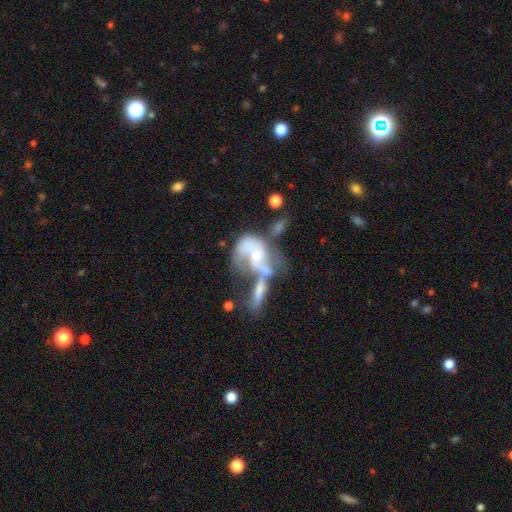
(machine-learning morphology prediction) smooth-or-featured: featured or disk: 64% | smooth: 27% | star or artifact: 9%
  disk-edge-on: no: 95% | yes: 5%
    bar: no: 71% | weak: 21% | strong: 8%
    has-spiral-arms: no: 51% | yes: 49%
    bulge-size: moderate: 44% | small: 40% | none: 10% | large: 5% | dominant: 2%
  merging: merger: 61% | major disturbance: 21% | none: 10% | minor disturbance: 8%